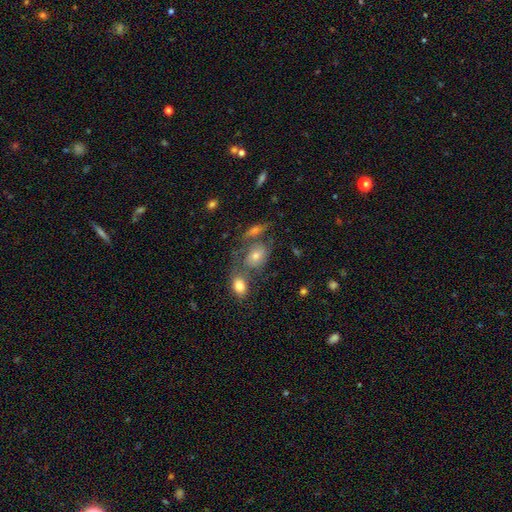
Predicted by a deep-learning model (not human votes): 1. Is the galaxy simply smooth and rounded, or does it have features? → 48% smooth, 38% featured or disk, 14% star or artifact.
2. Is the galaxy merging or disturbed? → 40% none, 35% merger, 15% minor disturbance, 10% major disturbance.